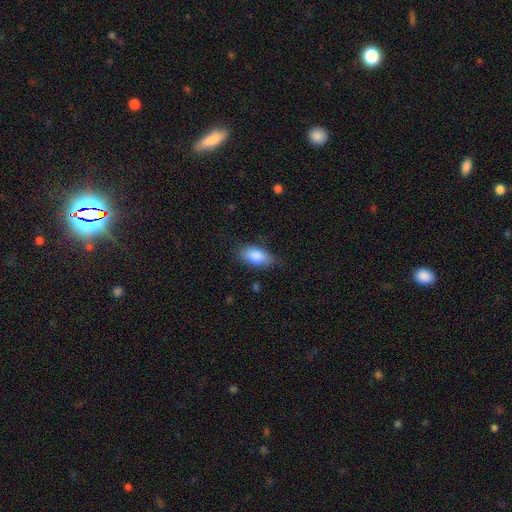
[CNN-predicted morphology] smooth_or_featured: smooth (p=0.86) [alt: featured or disk p=0.07]
how_rounded: in between (p=0.90) [alt: cigar-shaped p=0.06]
merging: none (p=0.79) [alt: minor disturbance p=0.16]